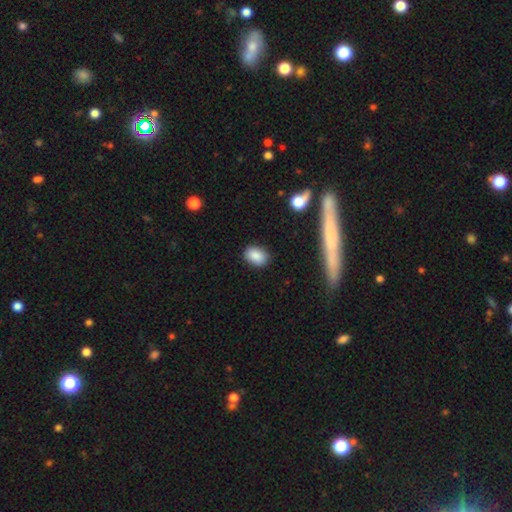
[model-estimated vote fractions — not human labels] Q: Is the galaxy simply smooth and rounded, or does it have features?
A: smooth — 86%.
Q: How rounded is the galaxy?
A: in between — 76%.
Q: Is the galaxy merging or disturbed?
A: none — 85%.